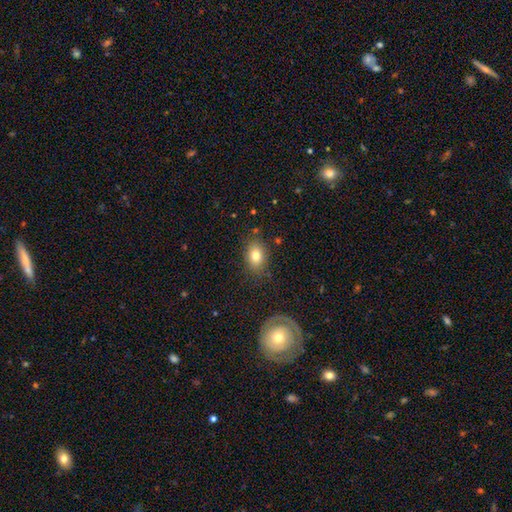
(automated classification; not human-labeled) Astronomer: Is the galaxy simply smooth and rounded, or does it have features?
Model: smooth — 79%.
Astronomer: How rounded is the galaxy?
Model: in between — 78%.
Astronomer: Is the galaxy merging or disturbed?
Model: none — 82%.